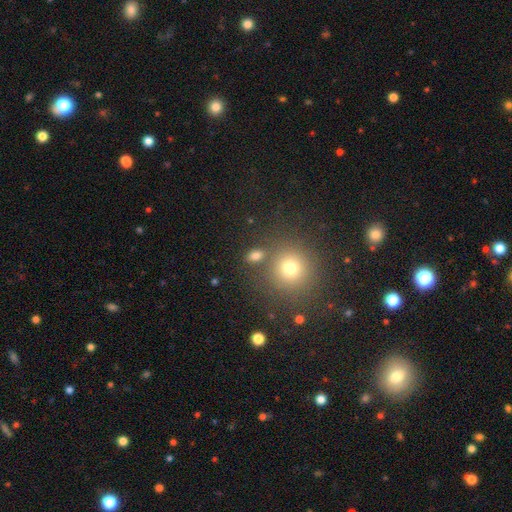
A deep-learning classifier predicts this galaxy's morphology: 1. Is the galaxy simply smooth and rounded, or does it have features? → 76% smooth, 16% star or artifact, 8% featured or disk.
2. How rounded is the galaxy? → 66% in between, 30% round, 4% cigar-shaped.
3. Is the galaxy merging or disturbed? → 77% none, 10% minor disturbance, 10% merger, 4% major disturbance.